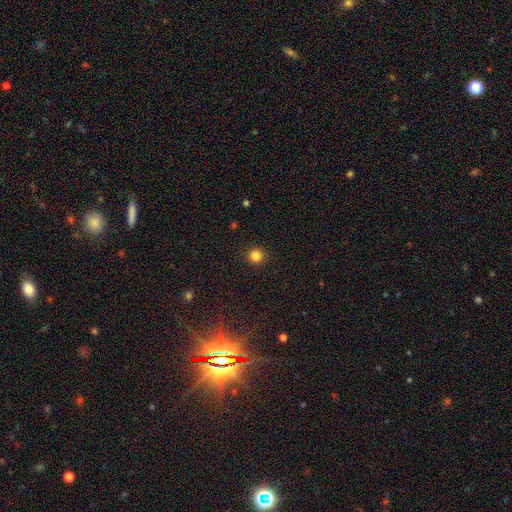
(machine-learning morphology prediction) type=smooth (84%); roundness=round (95%); merging=none (93%).